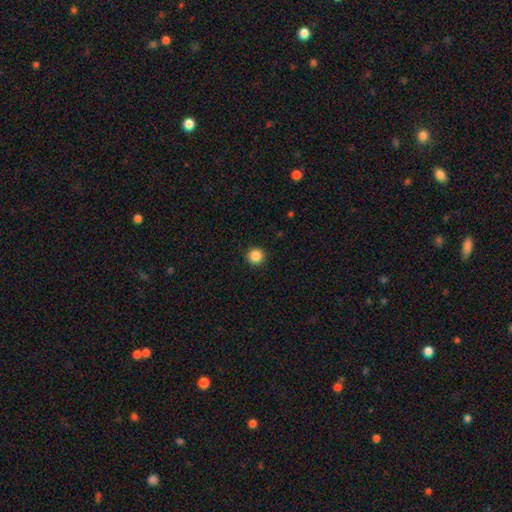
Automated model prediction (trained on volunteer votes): smooth_or_featured: smooth (p=0.87) [alt: star or artifact p=0.10]
how_rounded: round (p=0.95) [alt: in between p=0.04]
merging: none (p=0.92) [alt: minor disturbance p=0.05]